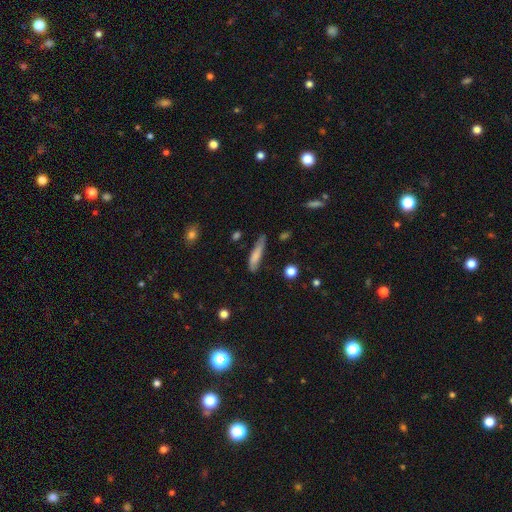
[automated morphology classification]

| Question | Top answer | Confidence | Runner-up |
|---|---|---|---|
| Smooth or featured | smooth | 76% | featured or disk (17%) |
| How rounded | cigar-shaped | 80% | in between (18%) |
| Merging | none | 55% | minor disturbance (33%) |